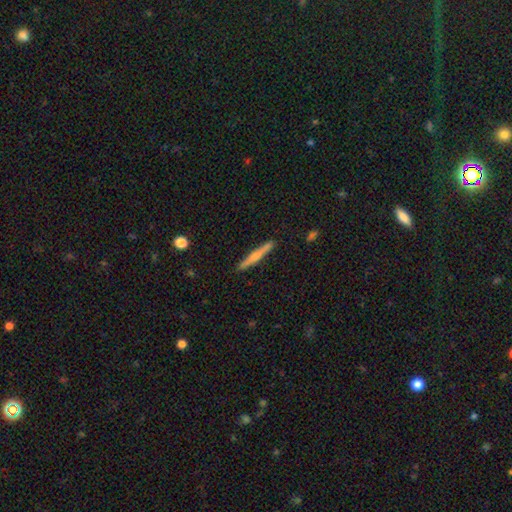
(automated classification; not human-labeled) Smooth or featured: featured or disk — 48% (smooth — 46%)
Merging: none — 90% (minor disturbance — 7%)